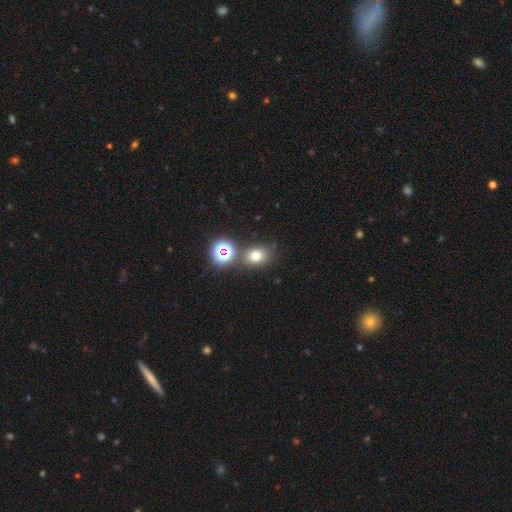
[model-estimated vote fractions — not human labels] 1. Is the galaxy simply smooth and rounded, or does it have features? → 69% smooth, 22% star or artifact, 9% featured or disk.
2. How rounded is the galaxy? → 51% in between, 48% round, 1% cigar-shaped.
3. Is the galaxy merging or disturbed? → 74% none, 11% merger, 11% minor disturbance, 4% major disturbance.